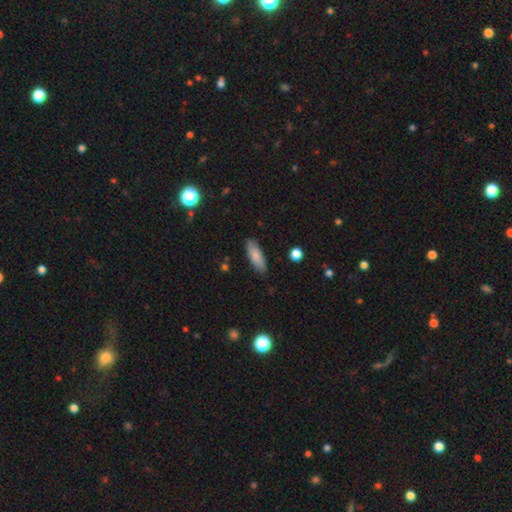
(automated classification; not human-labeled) smooth_or_featured: smooth (p=0.85) [alt: featured or disk p=0.09]
how_rounded: in between (p=0.60) [alt: cigar-shaped p=0.38]
merging: none (p=0.87) [alt: minor disturbance p=0.10]